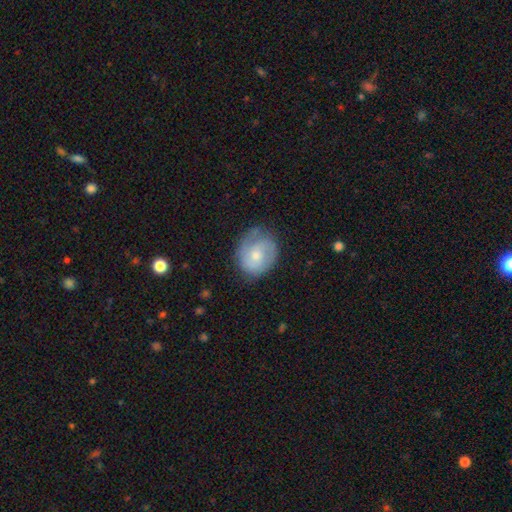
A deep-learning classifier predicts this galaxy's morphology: The model was most divided on "bulge size": small: 53%, moderate: 42%, none: 3%, large: 2%, dominant: 1%. More confident: edge-on disk — no (97%); spiral arms — yes (84%); merging — none (67%); bar — no (67%); smooth or featured — featured or disk (56%).